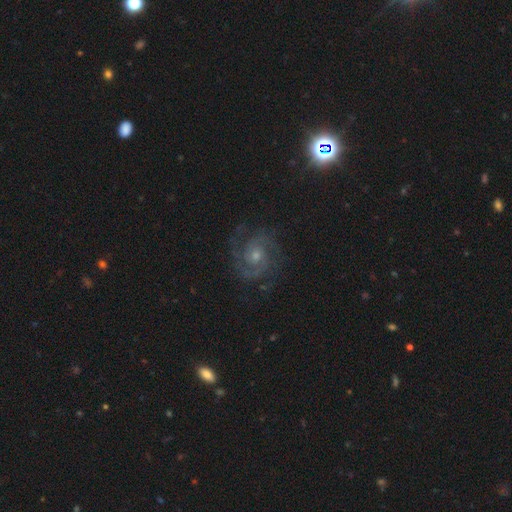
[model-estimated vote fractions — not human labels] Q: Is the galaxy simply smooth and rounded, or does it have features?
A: featured or disk — 87%.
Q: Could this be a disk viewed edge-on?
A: no — 98%.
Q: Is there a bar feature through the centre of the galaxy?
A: no — 70%.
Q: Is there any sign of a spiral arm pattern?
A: yes — 98%.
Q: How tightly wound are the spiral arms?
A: tight — 51%.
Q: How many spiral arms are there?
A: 2 — 55%.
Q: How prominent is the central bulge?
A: small — 49%.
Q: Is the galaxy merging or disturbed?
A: none — 78%.